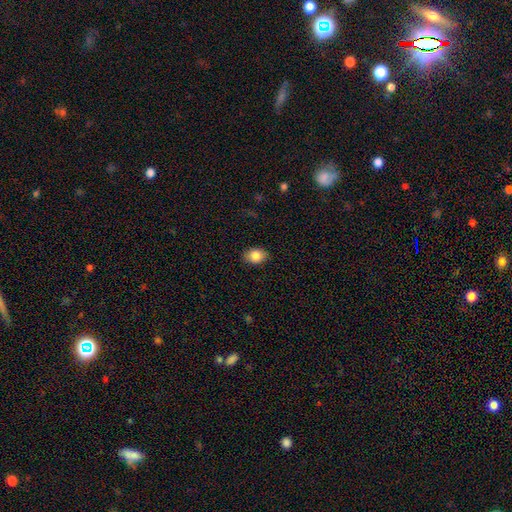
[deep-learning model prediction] Smooth or featured?
  - smooth: 85% *
  - star or artifact: 9%
  - featured or disk: 7%
How rounded?
  - in between: 68% *
  - round: 31%
  - cigar-shaped: 1%
Merging?
  - none: 87% *
  - minor disturbance: 10%
  - major disturbance: 2%
  - merger: 1%